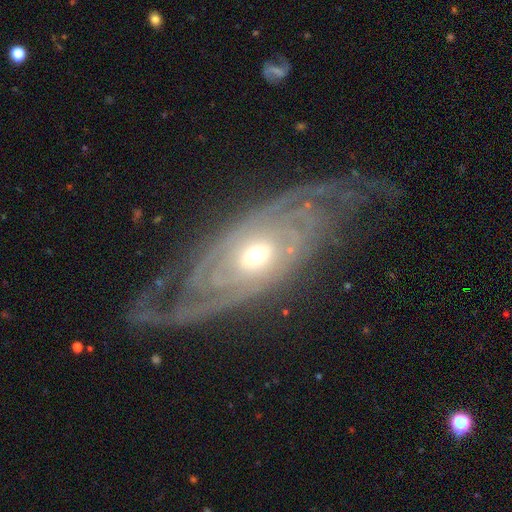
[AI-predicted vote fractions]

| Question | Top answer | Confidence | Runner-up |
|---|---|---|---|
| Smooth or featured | featured or disk | 88% | smooth (6%) |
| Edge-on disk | no | 89% | yes (11%) |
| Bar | no | 70% | weak (21%) |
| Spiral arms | yes | 95% | no (5%) |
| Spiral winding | tight | 68% | medium (24%) |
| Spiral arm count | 2 | 36% | can't tell (27%) |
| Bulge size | moderate | 52% | small (42%) |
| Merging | none | 70% | minor disturbance (17%) |